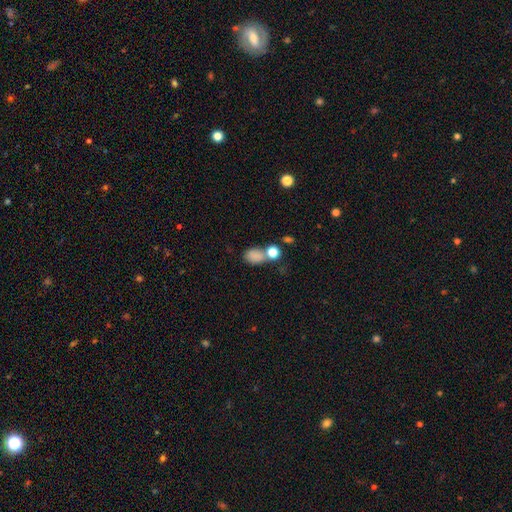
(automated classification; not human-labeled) Morphology: type=smooth (80%); roundness=in between (69%); merging=none (48%).